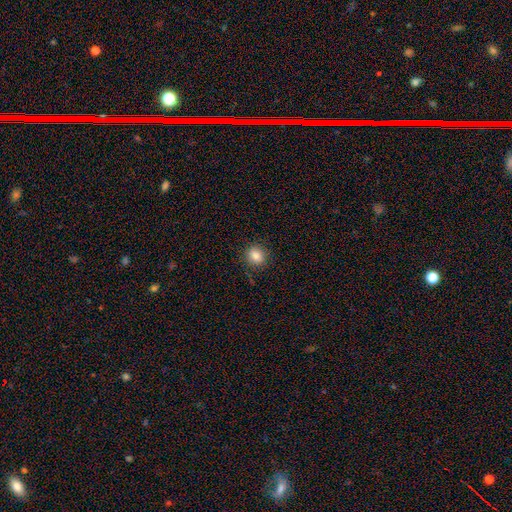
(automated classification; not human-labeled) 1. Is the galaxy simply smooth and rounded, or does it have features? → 84% smooth, 10% star or artifact, 6% featured or disk.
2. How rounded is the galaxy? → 78% round, 21% in between, 1% cigar-shaped.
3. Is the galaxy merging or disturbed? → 88% none, 8% minor disturbance, 2% major disturbance, 1% merger.